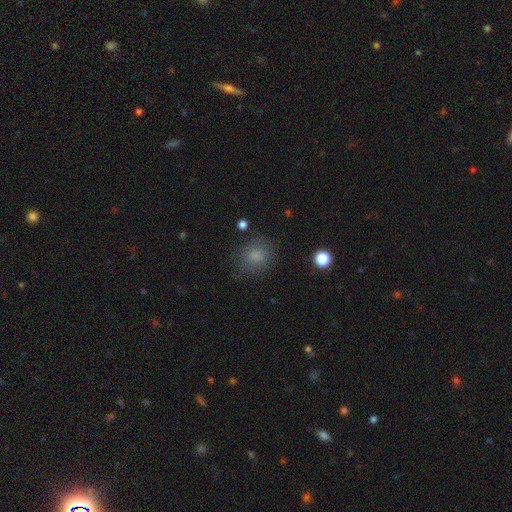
This appears to be a smooth galaxy with no disk features (87%) that is round (59%). Merging: none (73%).